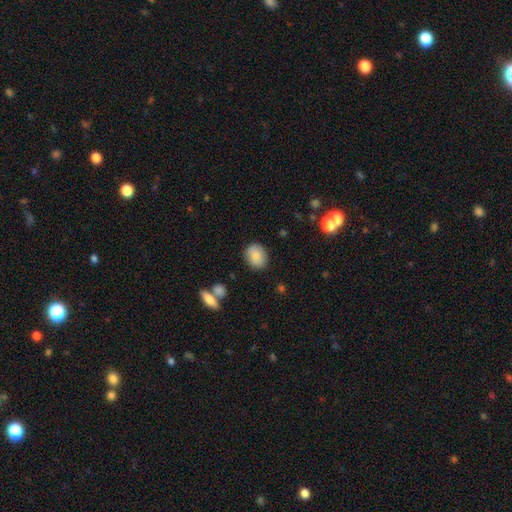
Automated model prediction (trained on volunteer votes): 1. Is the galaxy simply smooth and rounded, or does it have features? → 84% smooth, 8% featured or disk, 8% star or artifact.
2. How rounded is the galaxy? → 53% round, 45% in between, 1% cigar-shaped.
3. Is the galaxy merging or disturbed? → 84% none, 11% minor disturbance, 3% major disturbance, 2% merger.